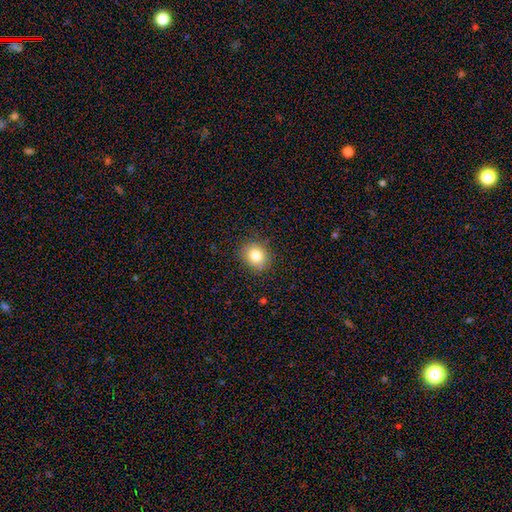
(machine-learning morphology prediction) Smooth or featured: smooth — 82% (star or artifact — 11%)
How rounded: round — 73% (in between — 26%)
Merging: none — 87% (minor disturbance — 10%)